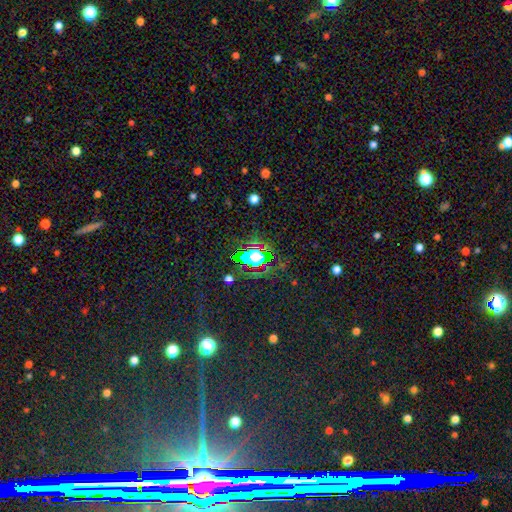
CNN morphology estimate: Smooth or featured: star or artifact — 58% (smooth — 30%)